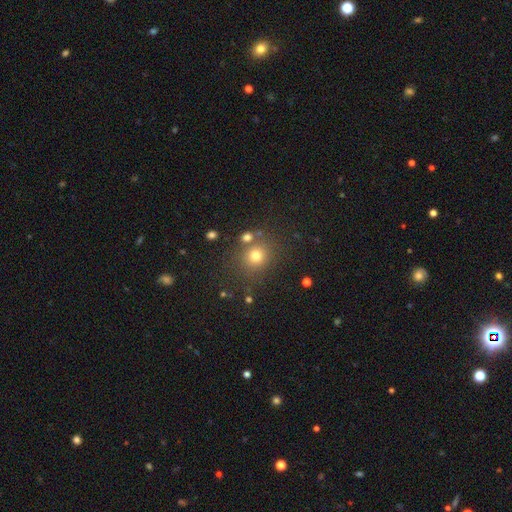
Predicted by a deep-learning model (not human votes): smooth 74%, star or artifact 18%, featured or disk 9%. Down the decision tree: how rounded — round (83%); merging — none (76%).